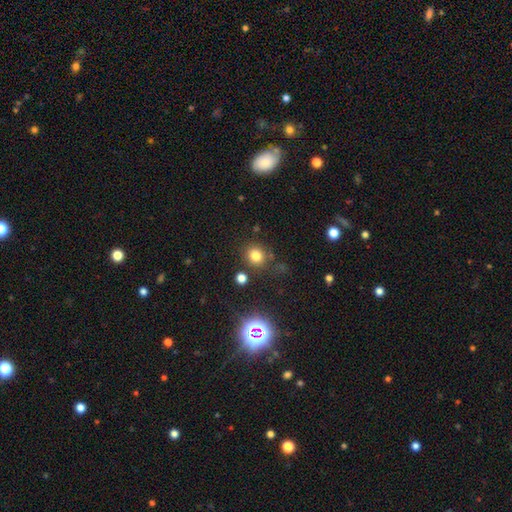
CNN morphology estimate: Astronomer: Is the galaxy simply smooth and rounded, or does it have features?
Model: smooth — 75%.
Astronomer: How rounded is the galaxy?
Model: round — 85%.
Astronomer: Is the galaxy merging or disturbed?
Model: none — 78%.